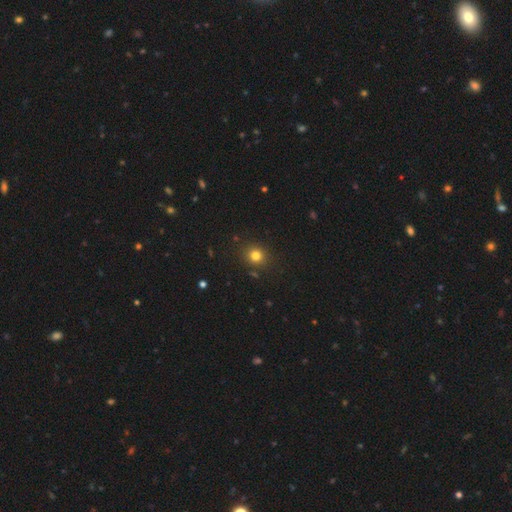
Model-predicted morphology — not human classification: smooth 79%, star or artifact 15%, featured or disk 6%. Down the decision tree: how rounded — round (83%); merging — none (88%).